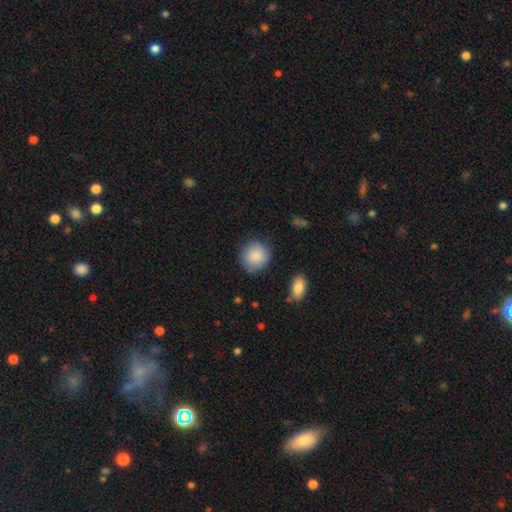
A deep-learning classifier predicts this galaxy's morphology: A smooth galaxy with no disk features (87%) that is round (87%). Merging: none (78%).